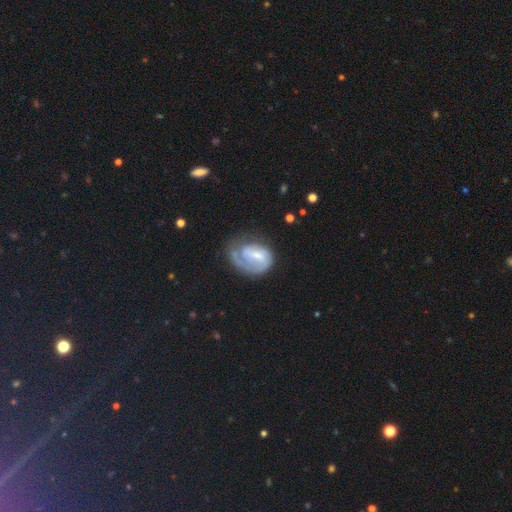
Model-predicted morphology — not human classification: smooth_or_featured: featured or disk (p=0.69) [alt: smooth p=0.25]
disk_edge_on: no (p=0.97) [alt: yes p=0.03]
bar: weak (p=0.51) [alt: no p=0.27]
has_spiral_arms: yes (p=0.79) [alt: no p=0.21]
spiral_winding: tight (p=0.47) [alt: medium p=0.33]
spiral_arm_count: 1 (p=0.57) [alt: 2 p=0.21]
bulge_size: small (p=0.45) [alt: moderate p=0.33]
merging: none (p=0.38) [alt: major disturbance p=0.33]